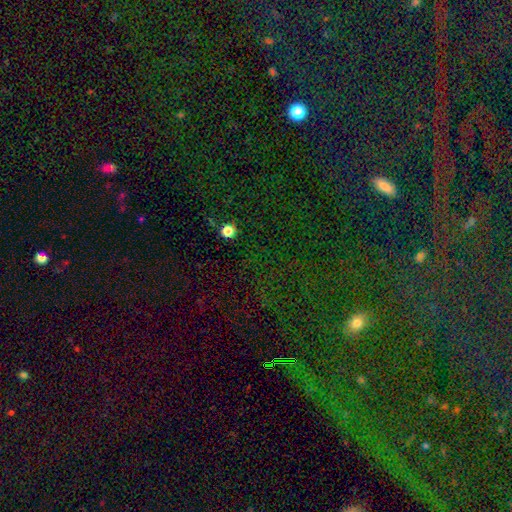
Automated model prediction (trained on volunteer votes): star or artifact 68%, smooth 22%, featured or disk 10%.